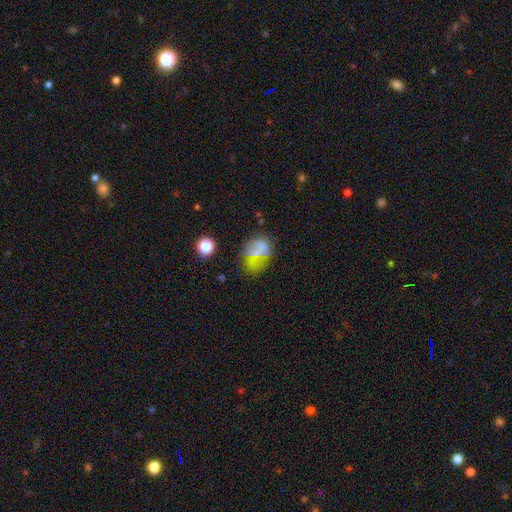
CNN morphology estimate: smooth 53%, featured or disk 25%, star or artifact 22%. Down the decision tree: how rounded — in between (60%); merging — none (50%).